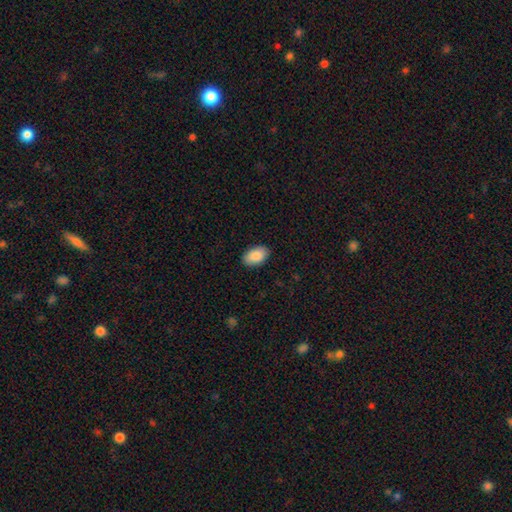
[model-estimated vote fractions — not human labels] Smooth or featured? Predicted: smooth (p=0.89). How rounded? Predicted: in between (p=0.94). Merging? Predicted: none (p=0.89).